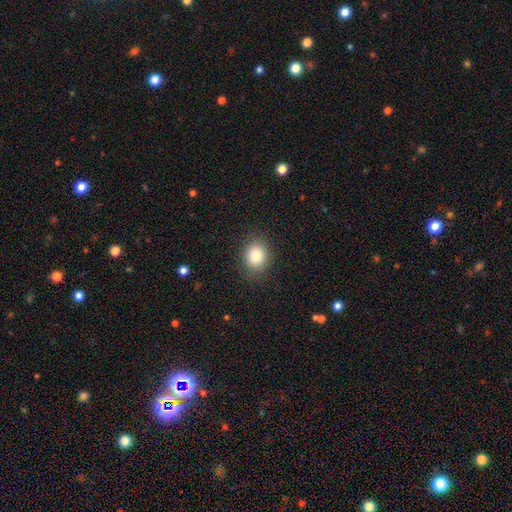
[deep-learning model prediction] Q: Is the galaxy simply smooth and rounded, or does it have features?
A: smooth — 82%.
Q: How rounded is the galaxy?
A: round — 62%.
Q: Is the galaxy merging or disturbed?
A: none — 88%.